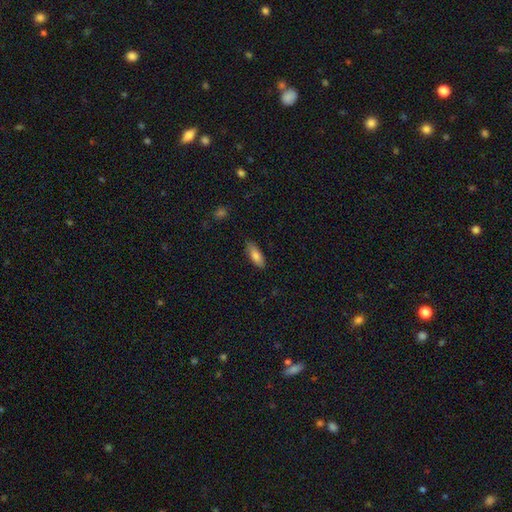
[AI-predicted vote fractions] smooth-or-featured: smooth: 82% | featured or disk: 12% | star or artifact: 7%
  how-rounded: in between: 74% | cigar-shaped: 24% | round: 2%
  merging: none: 81% | minor disturbance: 15% | major disturbance: 2% | merger: 1%